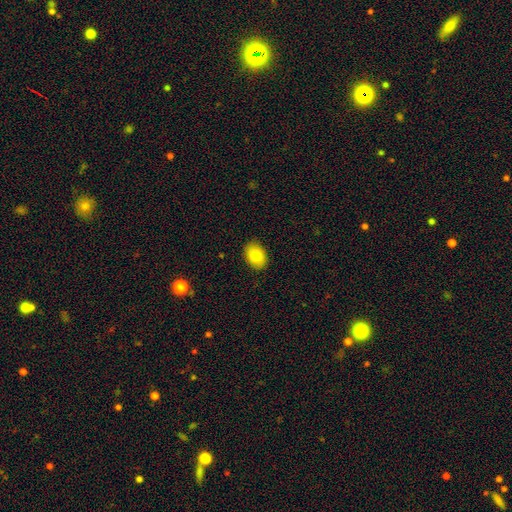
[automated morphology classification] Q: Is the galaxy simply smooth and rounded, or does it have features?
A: smooth — 81%.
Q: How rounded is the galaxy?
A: in between — 77%.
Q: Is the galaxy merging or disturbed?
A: none — 89%.